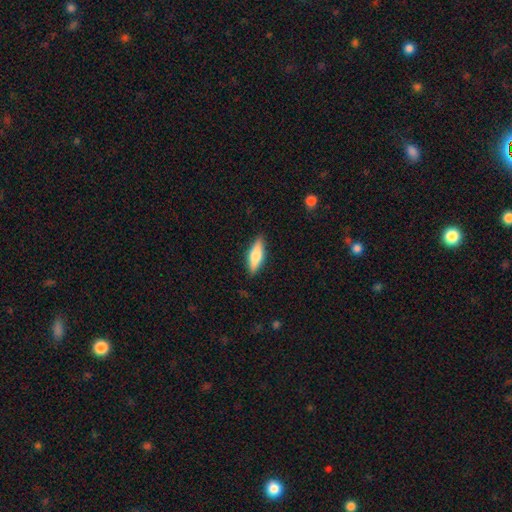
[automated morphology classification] smooth 64%, featured or disk 30%, star or artifact 6%. Down the decision tree: how rounded — cigar-shaped (50%); merging — none (88%).